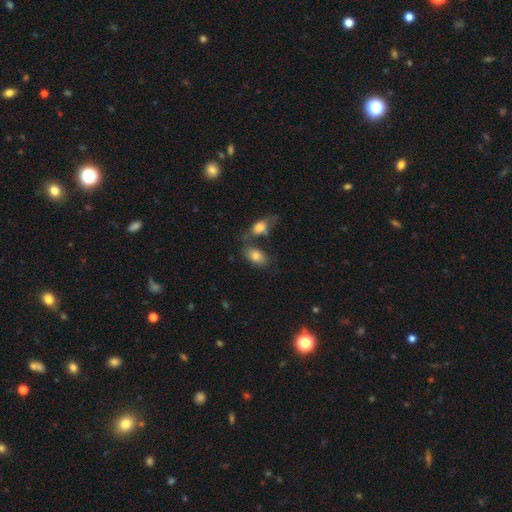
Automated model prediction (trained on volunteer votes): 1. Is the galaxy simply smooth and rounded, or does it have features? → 81% smooth, 11% featured or disk, 8% star or artifact.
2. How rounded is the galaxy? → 90% in between, 8% round, 2% cigar-shaped.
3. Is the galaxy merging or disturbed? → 53% none, 27% merger, 14% minor disturbance, 5% major disturbance.